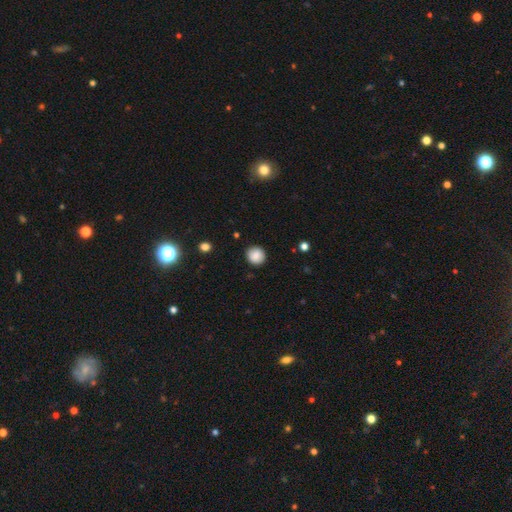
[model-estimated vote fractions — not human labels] smooth_or_featured: smooth (p=0.85) [alt: star or artifact p=0.09]
how_rounded: round (p=0.89) [alt: in between p=0.10]
merging: none (p=0.88) [alt: minor disturbance p=0.09]